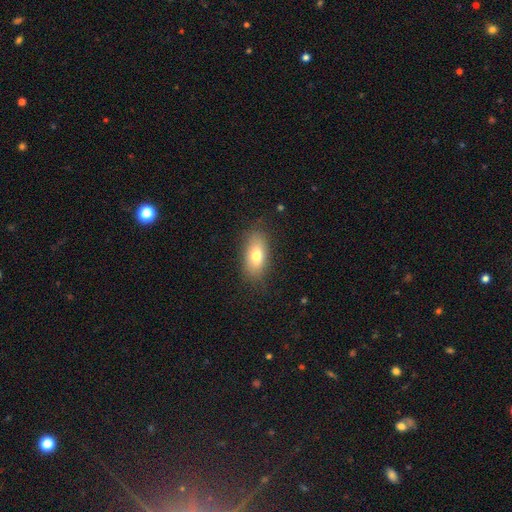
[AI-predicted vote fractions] This is likely a smooth galaxy (75%). How rounded: clearly in between (85%). Merging: clearly none (82%).